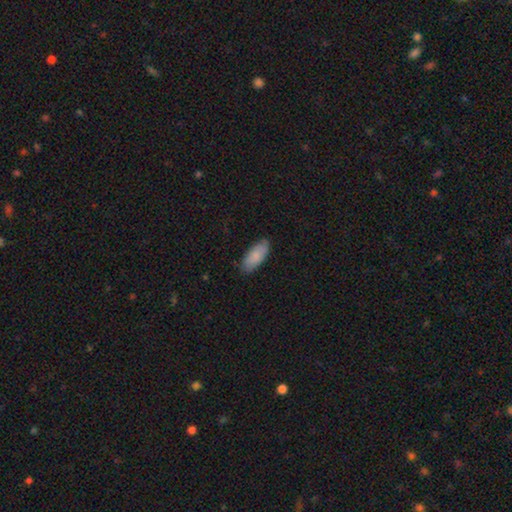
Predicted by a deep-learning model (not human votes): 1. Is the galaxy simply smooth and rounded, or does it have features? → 85% smooth, 9% featured or disk, 6% star or artifact.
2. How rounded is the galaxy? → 83% in between, 16% cigar-shaped, 2% round.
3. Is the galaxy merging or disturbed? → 84% none, 13% minor disturbance, 2% major disturbance, 1% merger.